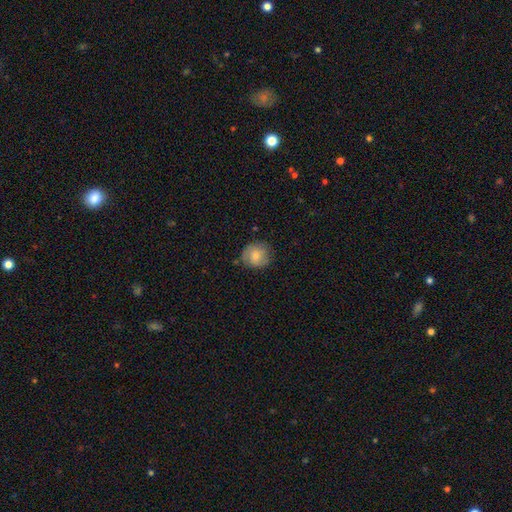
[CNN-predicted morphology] A smooth galaxy with no disk features (69%) that is round (83%).

Vote fractions:
- Smooth or featured? smooth: 69% / featured or disk: 24% / star or artifact: 7%
- How rounded? round: 83% / in between: 16% / cigar-shaped: 1%
- Merging? none: 72% / minor disturbance: 21% / major disturbance: 5% / merger: 2%